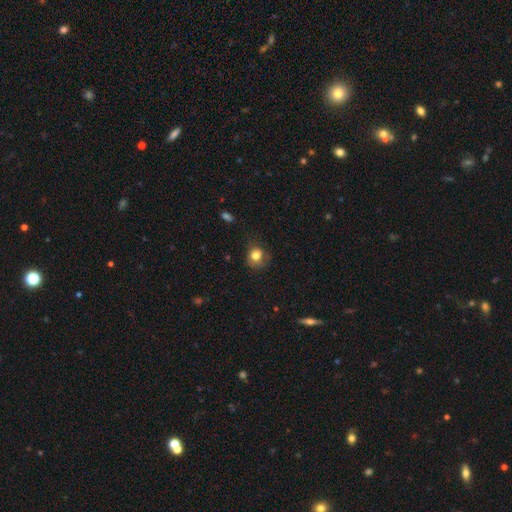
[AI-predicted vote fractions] Smooth or featured? Predicted: smooth (p=0.78). How rounded? Predicted: round (p=0.71). Merging? Predicted: none (p=0.58).